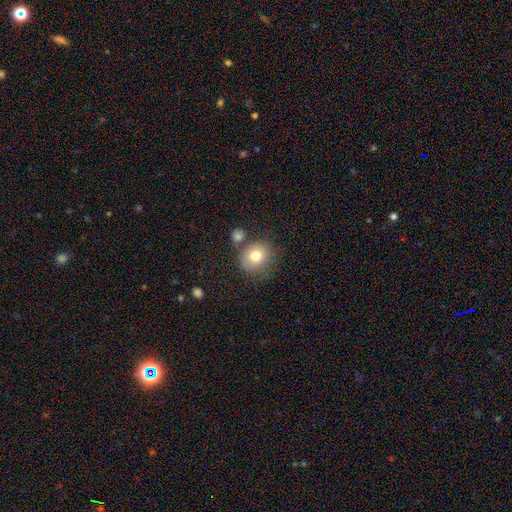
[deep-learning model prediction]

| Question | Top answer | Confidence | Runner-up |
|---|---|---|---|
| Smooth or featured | smooth | 77% | featured or disk (13%) |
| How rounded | round | 80% | in between (19%) |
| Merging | none | 62% | minor disturbance (17%) |